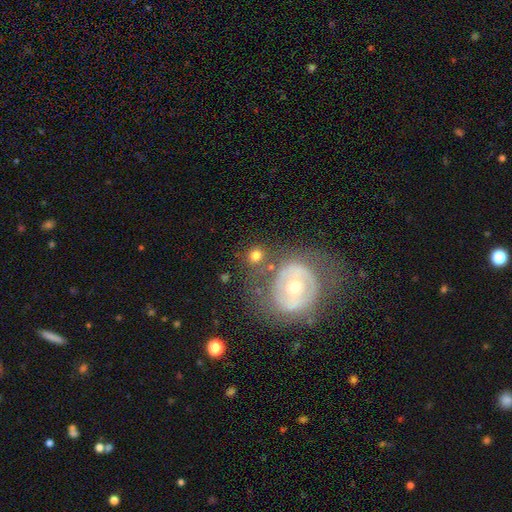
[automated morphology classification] smooth-or-featured: smooth: 65% | featured or disk: 26% | star or artifact: 9%
  how-rounded: round: 84% | in between: 15% | cigar-shaped: 1%
  merging: none: 67% | minor disturbance: 14% | merger: 12% | major disturbance: 7%